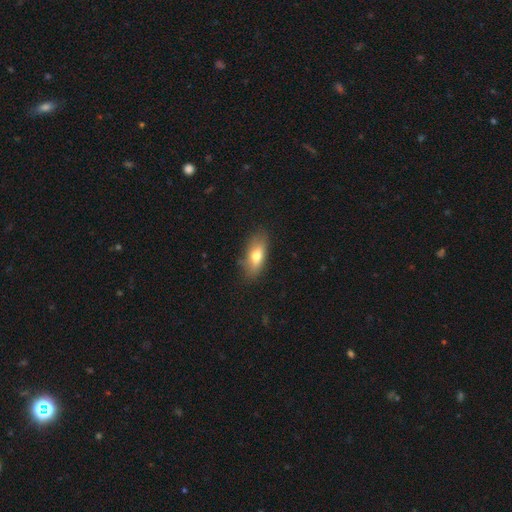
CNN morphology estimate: A smooth galaxy with no disk features (68%) that is in between round and cigar-shaped (76%).

Vote fractions:
- Smooth or featured? smooth: 68% / featured or disk: 24% / star or artifact: 8%
- How rounded? in between: 76% / cigar-shaped: 20% / round: 5%
- Merging? none: 76% / minor disturbance: 17% / major disturbance: 4% / merger: 2%